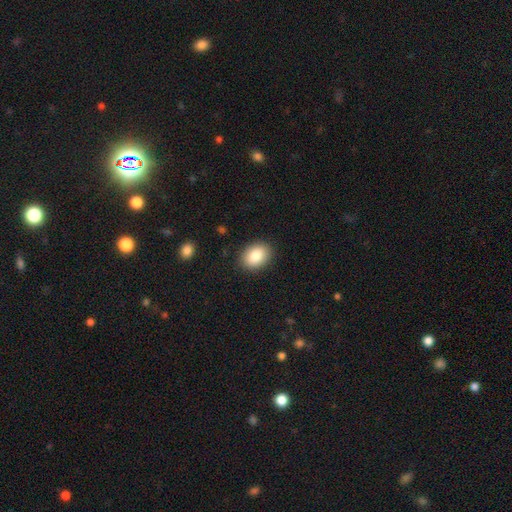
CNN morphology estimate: Overall: smooth (86%). How rounded: in between (72%). Merging: none (89%).